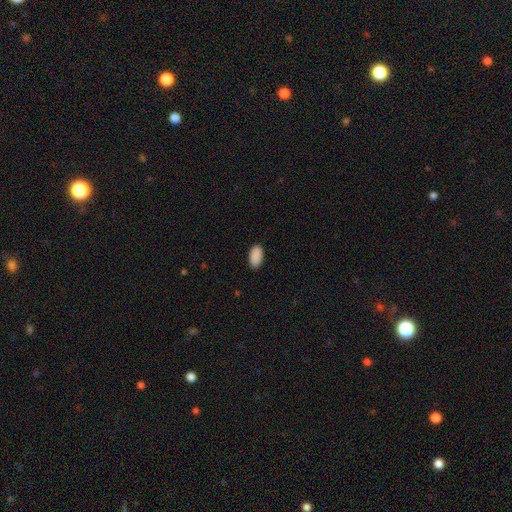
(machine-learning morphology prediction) This appears to be a smooth galaxy with no disk features (91%) that is in between round and cigar-shaped (95%). Merging: none (89%).